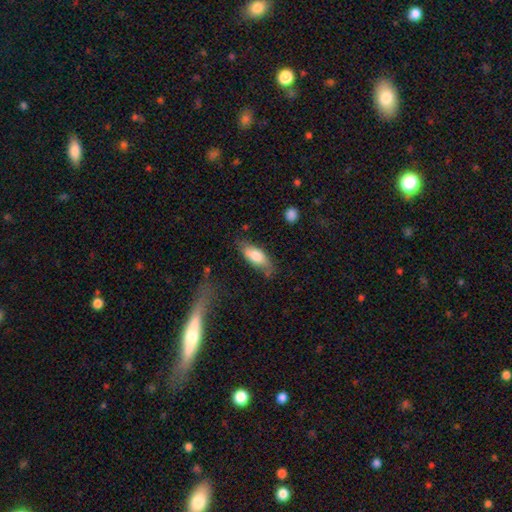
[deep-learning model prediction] smooth 71%, featured or disk 23%, star or artifact 6%. Down the decision tree: how rounded — in between (75%); merging — none (65%).